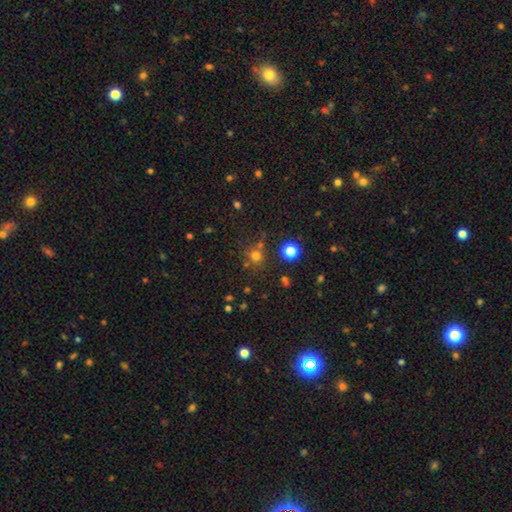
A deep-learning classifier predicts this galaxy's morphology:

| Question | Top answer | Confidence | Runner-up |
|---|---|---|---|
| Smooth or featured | smooth | 67% | star or artifact (25%) |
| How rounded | round | 90% | in between (9%) |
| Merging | none | 71% | merger (13%) |